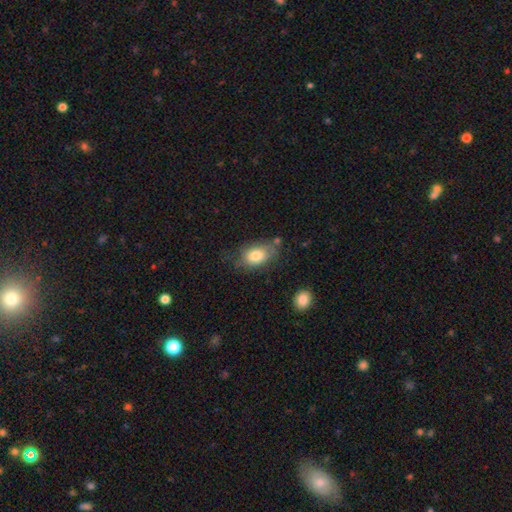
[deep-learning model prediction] Smooth or featured?
  - smooth: 79% *
  - featured or disk: 14%
  - star or artifact: 7%
How rounded?
  - in between: 85% *
  - round: 13%
  - cigar-shaped: 2%
Merging?
  - none: 58% *
  - minor disturbance: 27%
  - major disturbance: 9%
  - merger: 5%